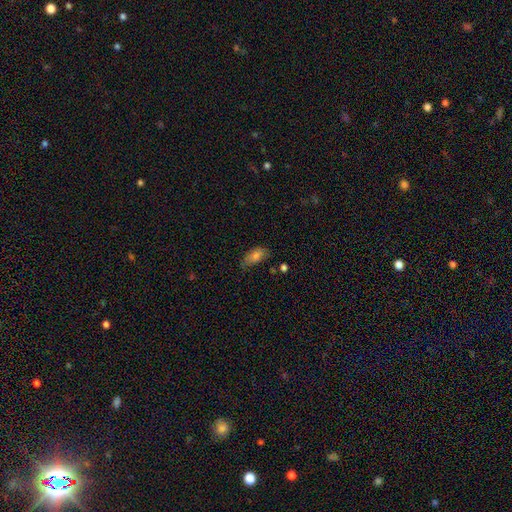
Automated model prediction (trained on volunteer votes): smooth_or_featured: smooth (p=0.71) [alt: featured or disk p=0.18]
how_rounded: in between (p=0.84) [alt: cigar-shaped p=0.12]
merging: none (p=0.60) [alt: minor disturbance p=0.30]